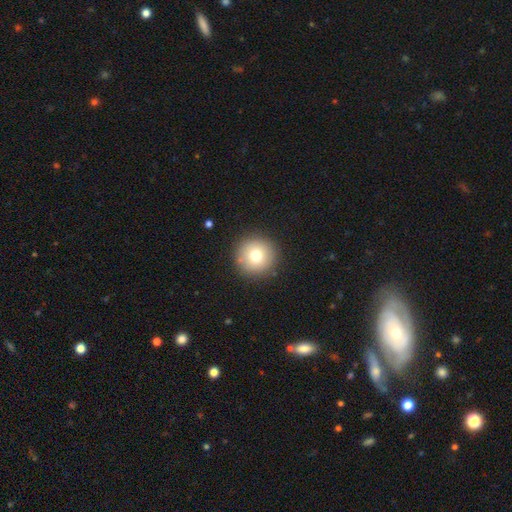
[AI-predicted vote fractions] smooth 74%, featured or disk 14%, star or artifact 12%. Down the decision tree: how rounded — round (96%); merging — none (90%).